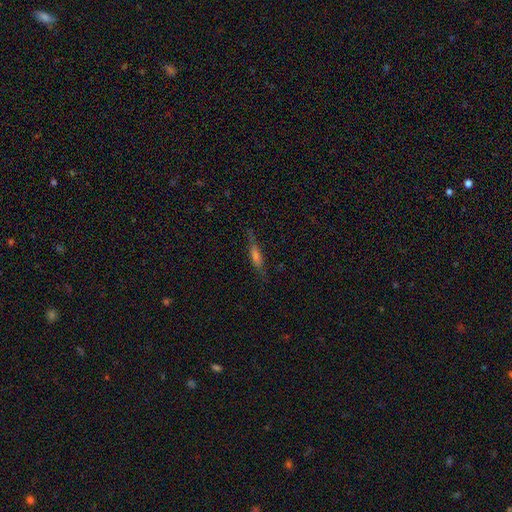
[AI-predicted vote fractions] A featured or disk galaxy (51%) viewed edge-on (91%).

Vote fractions:
- Smooth or featured? featured or disk: 51% / smooth: 37% / star or artifact: 12%
- Edge-on disk? yes: 91% / no: 9%
- Merging? none: 80% / minor disturbance: 14% / major disturbance: 4% / merger: 1%